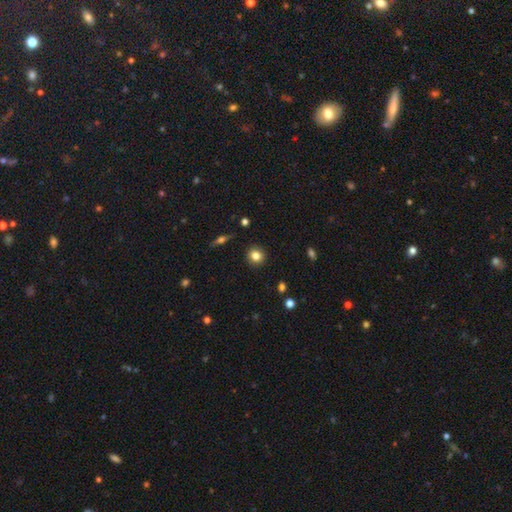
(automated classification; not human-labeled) smooth-or-featured: smooth: 82% | star or artifact: 10% | featured or disk: 7%
  how-rounded: round: 88% | in between: 10% | cigar-shaped: 1%
  merging: none: 91% | minor disturbance: 6% | major disturbance: 2% | merger: 1%